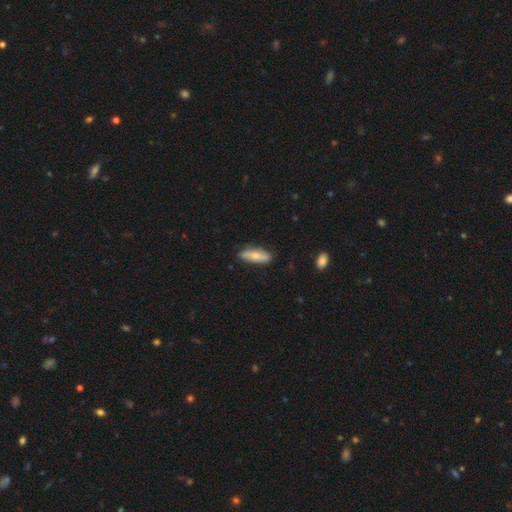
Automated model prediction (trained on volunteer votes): Smooth or featured? smooth (65%)
How rounded? in between (59%)
Merging? none (80%)